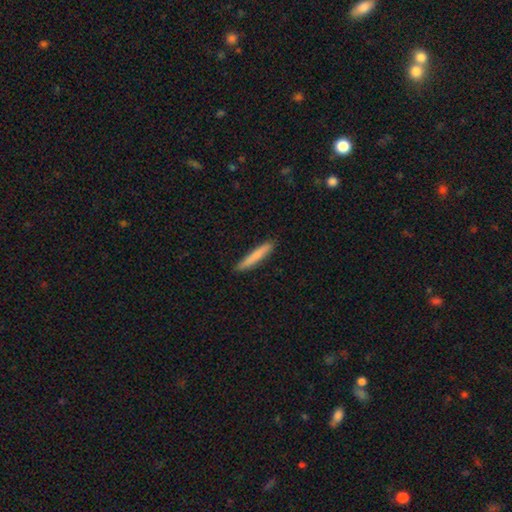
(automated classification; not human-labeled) Smooth or featured? smooth (79%)
How rounded? cigar-shaped (95%)
Merging? none (89%)